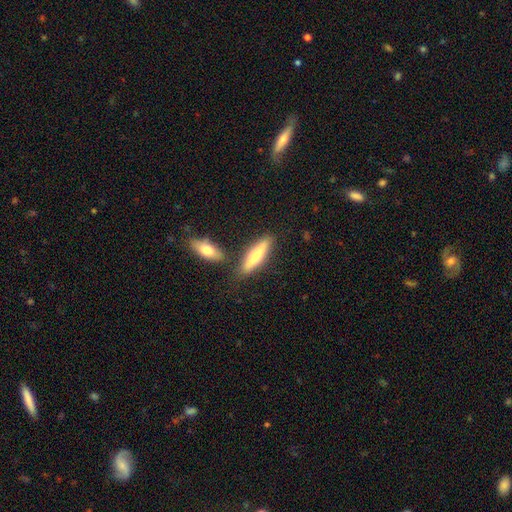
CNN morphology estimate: smooth 64%, featured or disk 31%, star or artifact 6%. Down the decision tree: how rounded — cigar-shaped (70%); merging — none (74%).